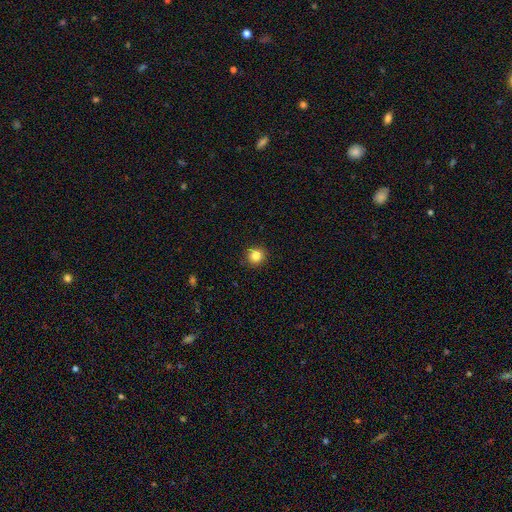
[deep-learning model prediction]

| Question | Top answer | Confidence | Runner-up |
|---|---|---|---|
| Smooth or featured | smooth | 83% | star or artifact (11%) |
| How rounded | round | 92% | in between (7%) |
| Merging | none | 91% | minor disturbance (6%) |